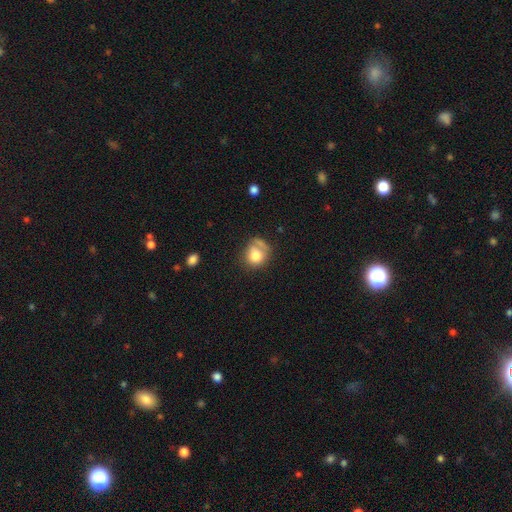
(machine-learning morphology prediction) smooth 74%, featured or disk 17%, star or artifact 9%. Down the decision tree: how rounded — round (75%); merging — none (47%).